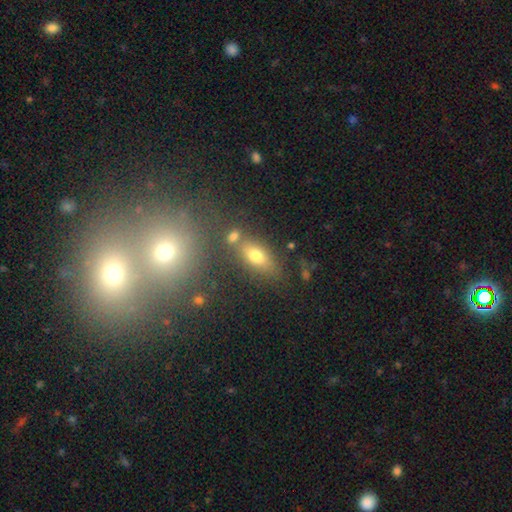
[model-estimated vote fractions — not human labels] A smooth galaxy with no disk features (68%) that is in between round and cigar-shaped (72%). Merging: none (66%).